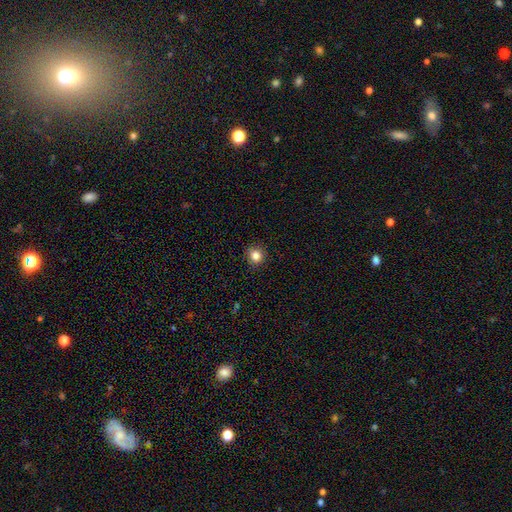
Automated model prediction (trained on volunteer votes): Overall: smooth (83%). How rounded: round (85%). Merging: none (88%).